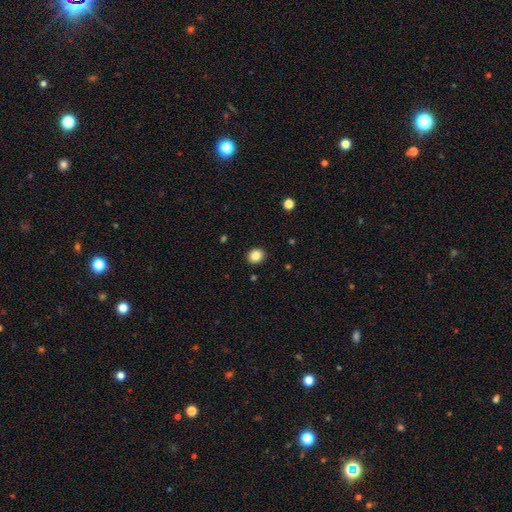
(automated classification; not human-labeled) Overall: smooth (86%). How rounded: round (67%; in between 32%). Merging: none (90%).